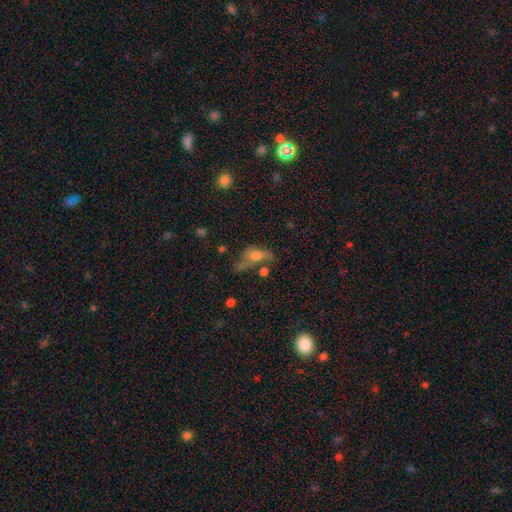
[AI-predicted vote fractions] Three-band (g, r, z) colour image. It shows a smooth galaxy with no disk features (55%) that is in between round and cigar-shaped (76%). Merging: none (29%, tied with major disturbance).